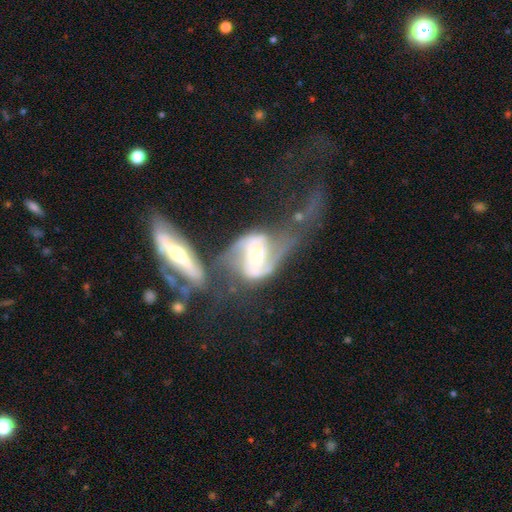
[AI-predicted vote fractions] This is clearly a featured or disk galaxy (85%). It is clearly not viewed edge-on (93%). Bar: marginally strong (37%). Spiral arm pattern: clearly yes (92%). Spiral arm count: clearly 2 (85%). Spiral winding: possibly loose (47%). Central bulge: possibly small (46%, tied with moderate). Merging: possibly merger (46%).